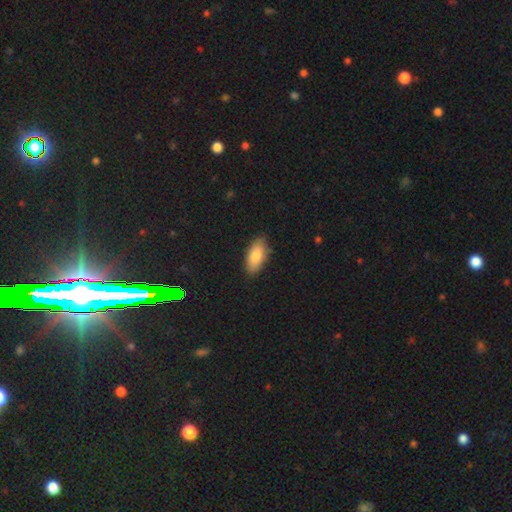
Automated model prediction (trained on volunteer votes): Smooth or featured? smooth (83%)
How rounded? in between (89%)
Merging? none (82%)